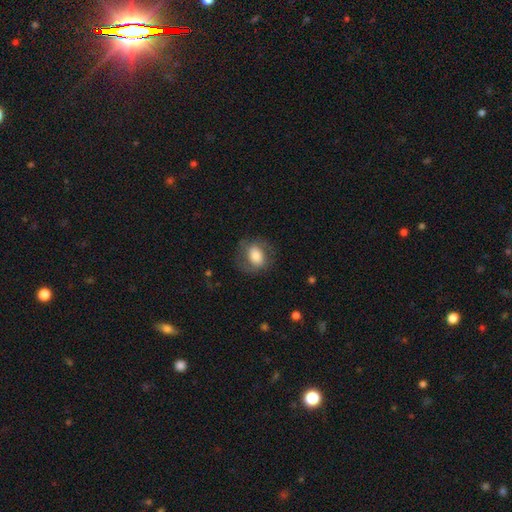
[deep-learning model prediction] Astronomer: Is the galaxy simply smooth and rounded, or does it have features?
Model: smooth — 56% (runner-up: featured or disk, 36%).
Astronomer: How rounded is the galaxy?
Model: in between — 53% (runner-up: round, 46%).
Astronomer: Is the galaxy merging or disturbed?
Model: none — 69%.